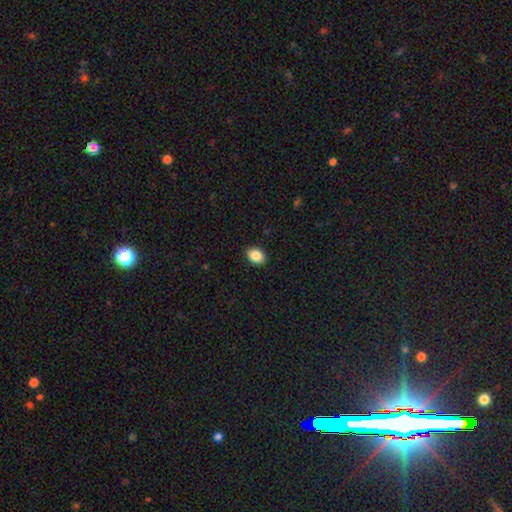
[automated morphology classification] smooth 88%, star or artifact 8%, featured or disk 4%. Down the decision tree: how rounded — in between (73%); merging — none (90%).